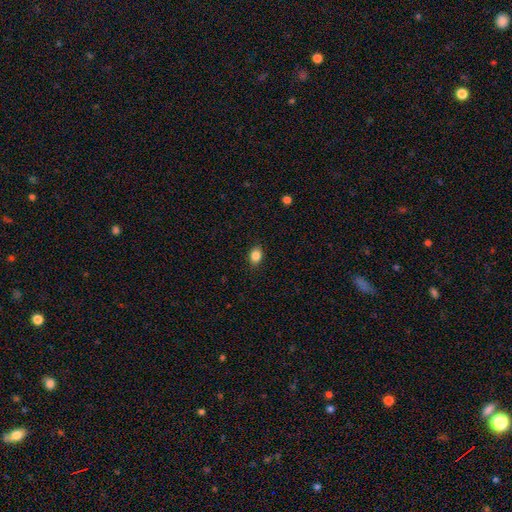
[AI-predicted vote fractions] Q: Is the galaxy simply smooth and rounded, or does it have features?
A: smooth — 87%.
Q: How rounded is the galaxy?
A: in between — 73%.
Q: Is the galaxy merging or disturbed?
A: none — 88%.